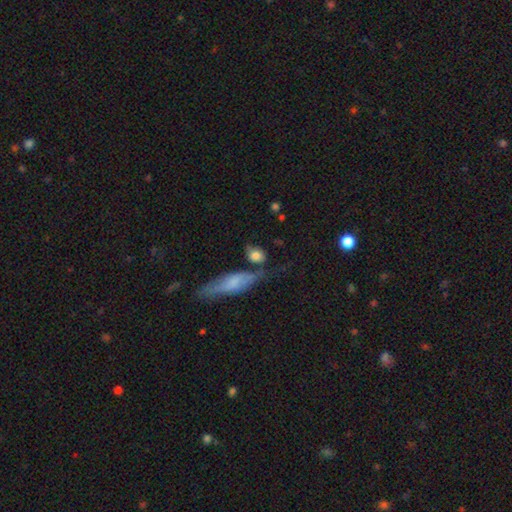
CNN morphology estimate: Smooth or featured?
  - smooth: 77% *
  - featured or disk: 15%
  - star or artifact: 7%
How rounded?
  - in between: 48% *
  - round: 45%
  - cigar-shaped: 8%
Merging?
  - none: 55% *
  - minor disturbance: 19%
  - merger: 15%
  - major disturbance: 10%